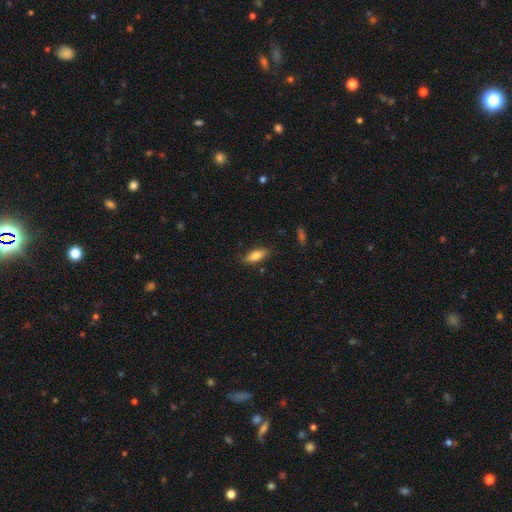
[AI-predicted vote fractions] smooth 76%, featured or disk 17%, star or artifact 7%. Down the decision tree: how rounded — in between (67%); merging — none (82%).